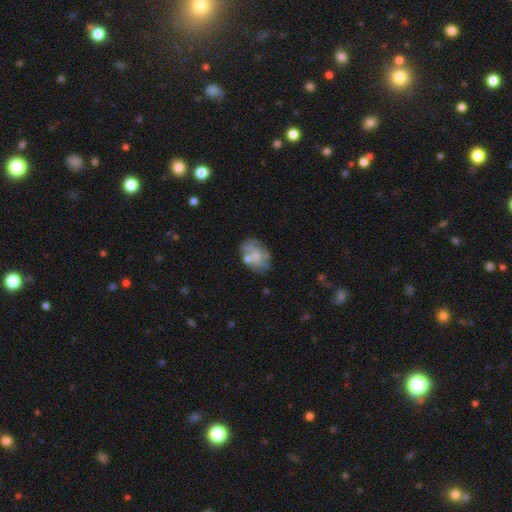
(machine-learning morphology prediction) Smooth or featured? Predicted: smooth (p=0.49). Merging? Predicted: none (p=0.49).